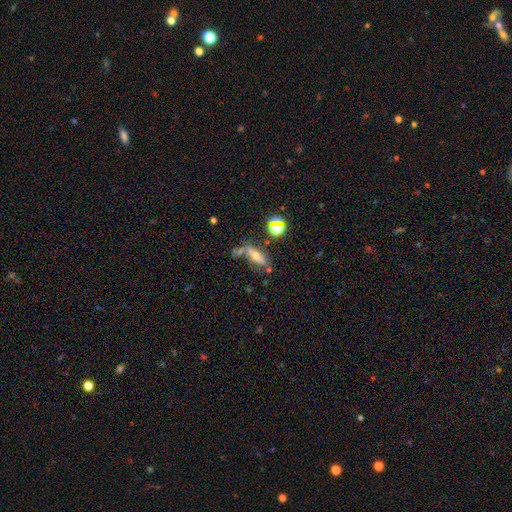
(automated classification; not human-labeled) Overall: smooth (42%; featured or disk 40%). Merging: none (51%; merger 20%).